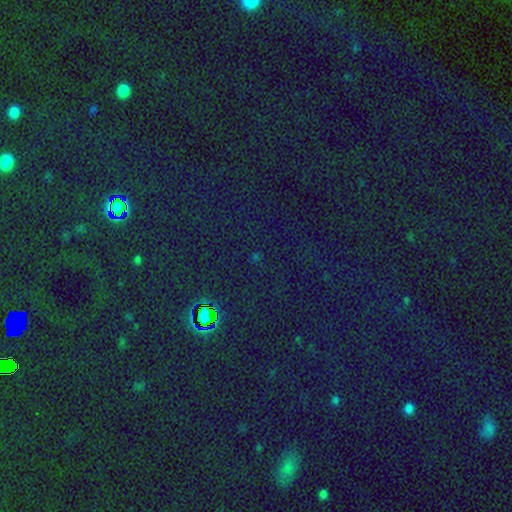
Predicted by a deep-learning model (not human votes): Q: Smooth or featured?
A: star or artifact (78%); runner-up: smooth (13%)